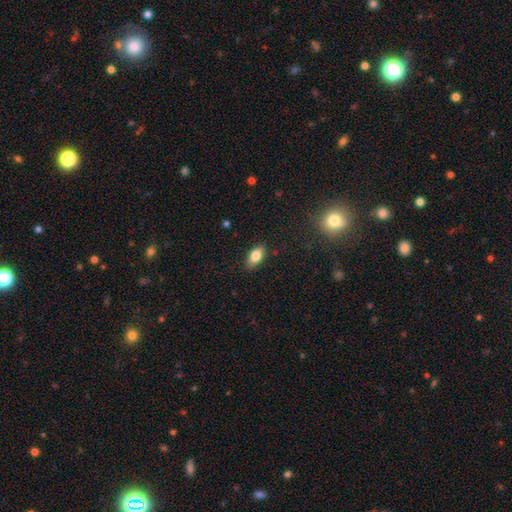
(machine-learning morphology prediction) type=smooth (81%); roundness=in between (88%); merging=none (84%).